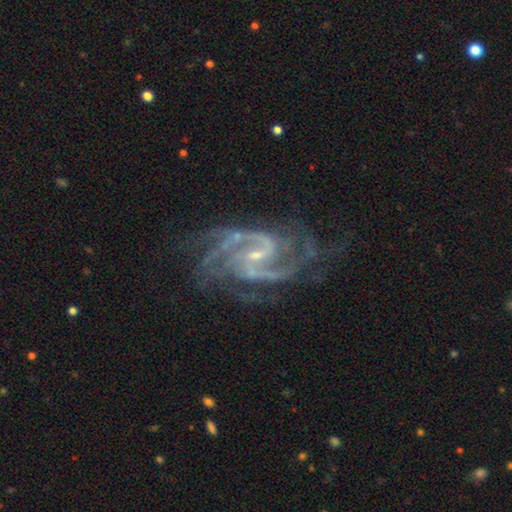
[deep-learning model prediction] Morphology: type=featured or disk (93%); edge-on=no (98%); bar=weak (52%); spiral arms=yes (98%); winding=medium (57%); arm count=2 (47%); bulge=small (74%); merging=none (64%).